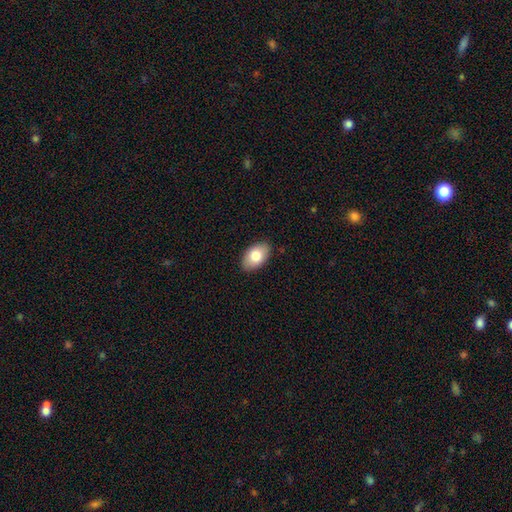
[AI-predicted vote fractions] Smooth or featured?
  - smooth: 81% *
  - featured or disk: 12%
  - star or artifact: 6%
How rounded?
  - in between: 94% *
  - round: 5%
  - cigar-shaped: 1%
Merging?
  - none: 88% *
  - minor disturbance: 9%
  - major disturbance: 2%
  - merger: 1%